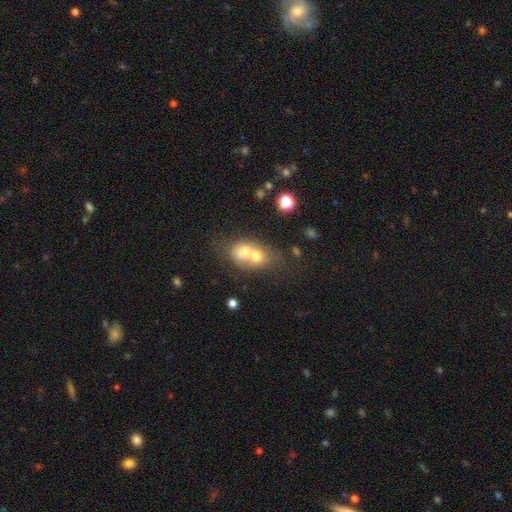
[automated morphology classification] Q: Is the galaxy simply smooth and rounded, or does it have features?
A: smooth — 63%.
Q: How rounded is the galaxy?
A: round — 53%.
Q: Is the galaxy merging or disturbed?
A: merger — 73%.